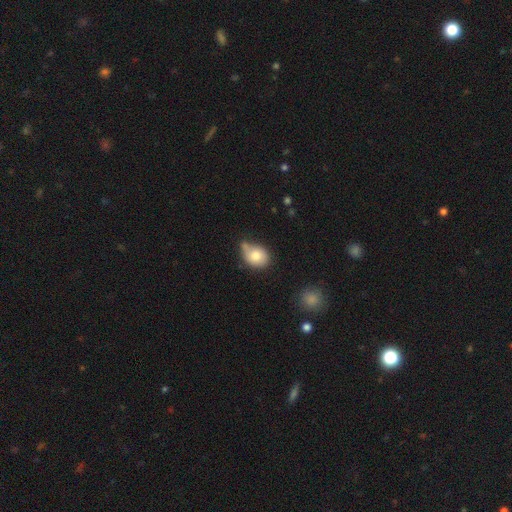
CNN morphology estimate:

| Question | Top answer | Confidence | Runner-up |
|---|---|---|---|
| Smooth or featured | smooth | 77% | featured or disk (15%) |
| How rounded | in between | 54% | round (45%) |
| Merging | none | 39% | minor disturbance (35%) |